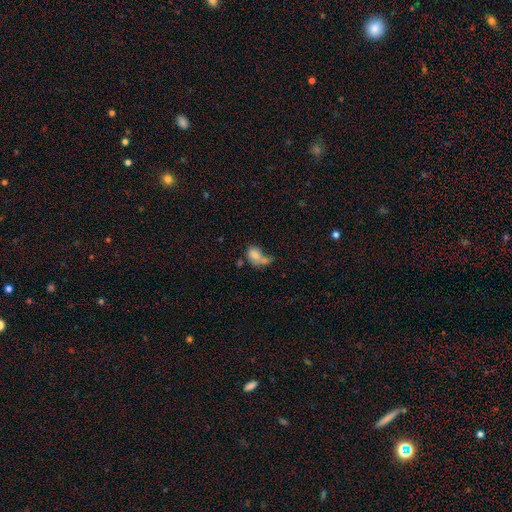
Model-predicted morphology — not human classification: smooth 73%, featured or disk 17%, star or artifact 10%. Down the decision tree: how rounded — in between (79%); merging — merger (43%).